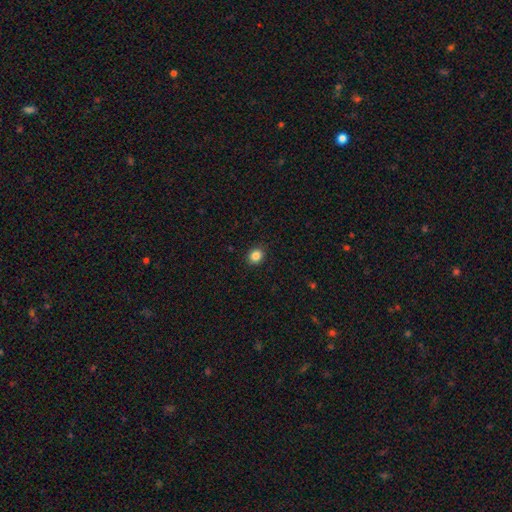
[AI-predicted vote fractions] A smooth galaxy with no disk features (86%) that is round (66%). Merging: none (91%).